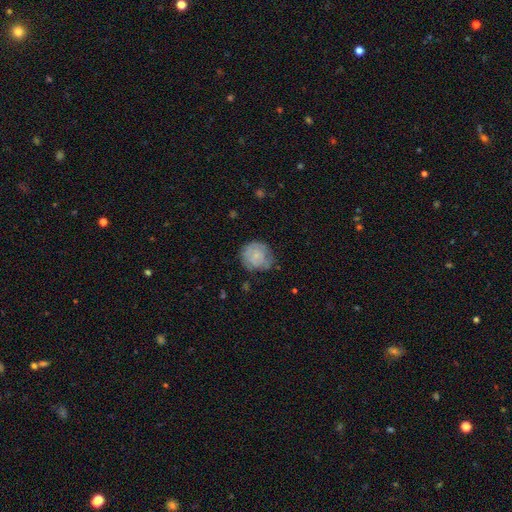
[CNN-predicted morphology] A smooth galaxy with no disk features (61%) that is round (87%).

Vote fractions:
- Smooth or featured? smooth: 61% / featured or disk: 32% / star or artifact: 7%
- How rounded? round: 87% / in between: 12% / cigar-shaped: 1%
- Merging? none: 63% / minor disturbance: 26% / major disturbance: 9% / merger: 2%